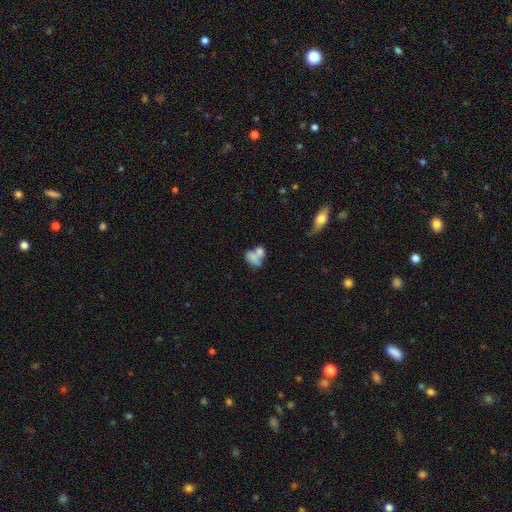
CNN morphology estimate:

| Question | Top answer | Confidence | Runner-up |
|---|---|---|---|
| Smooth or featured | smooth | 61% | featured or disk (28%) |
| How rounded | in between | 67% | round (31%) |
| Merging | merger | 54% | none (21%) |